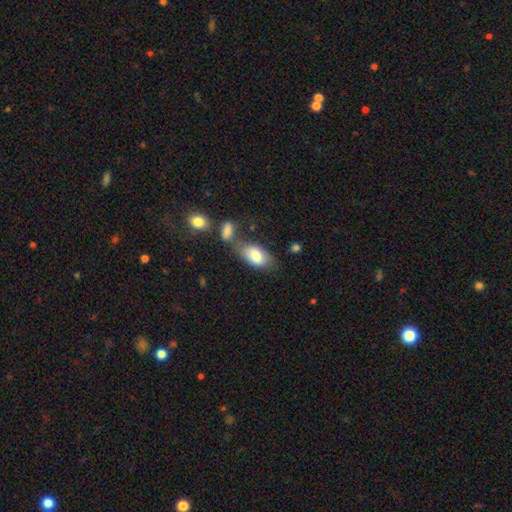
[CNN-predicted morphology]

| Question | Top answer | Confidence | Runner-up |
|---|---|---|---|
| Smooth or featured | smooth | 79% | featured or disk (15%) |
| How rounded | in between | 93% | cigar-shaped (4%) |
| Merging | none | 47% | merger (26%) |